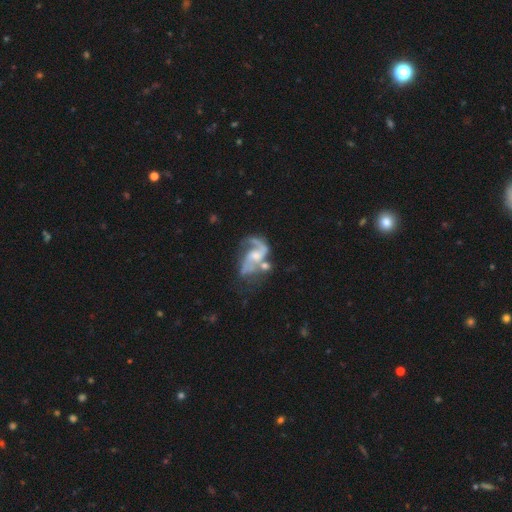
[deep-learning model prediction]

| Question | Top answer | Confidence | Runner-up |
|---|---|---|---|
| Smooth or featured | featured or disk | 83% | smooth (11%) |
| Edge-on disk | no | 98% | yes (2%) |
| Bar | no | 53% | weak (38%) |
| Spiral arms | yes | 90% | no (10%) |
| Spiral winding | loose | 50% | medium (40%) |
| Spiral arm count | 2 | 67% | 1 (21%) |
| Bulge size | moderate | 41% | small (35%) |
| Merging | major disturbance | 31% | none (27%) |